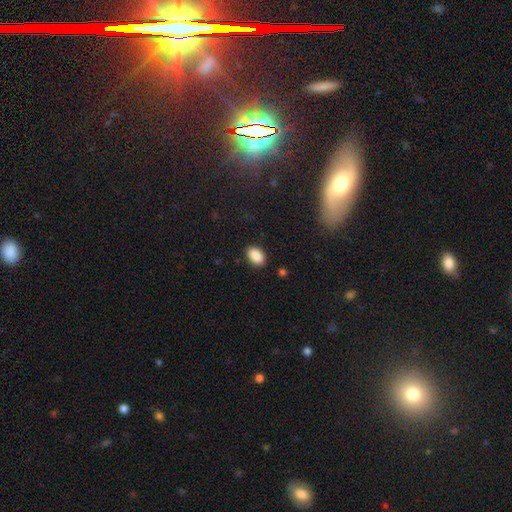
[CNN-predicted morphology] The model was most divided on "merging": none: 87%, minor disturbance: 10%, major disturbance: 2%, merger: 1%. More confident: smooth or featured — smooth (89%); how rounded — in between (88%).